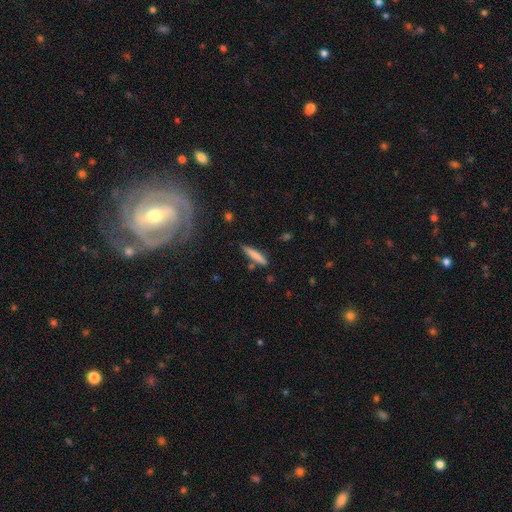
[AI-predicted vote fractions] Morphology: type=smooth (75%); roundness=cigar-shaped (91%); merging=none (79%).